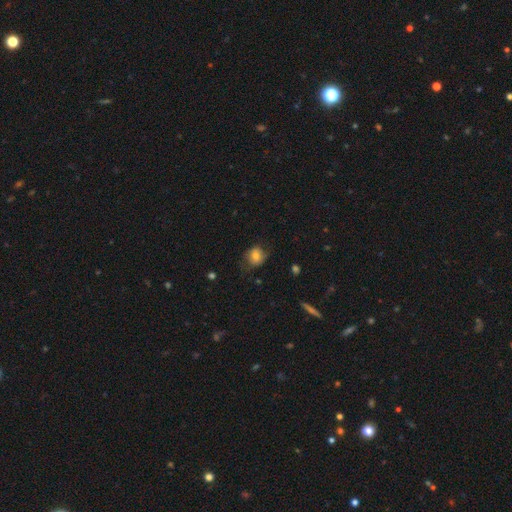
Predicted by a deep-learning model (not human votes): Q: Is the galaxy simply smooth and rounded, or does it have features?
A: smooth — 71%.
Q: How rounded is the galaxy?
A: round — 68%.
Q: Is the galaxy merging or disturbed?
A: none — 65%.